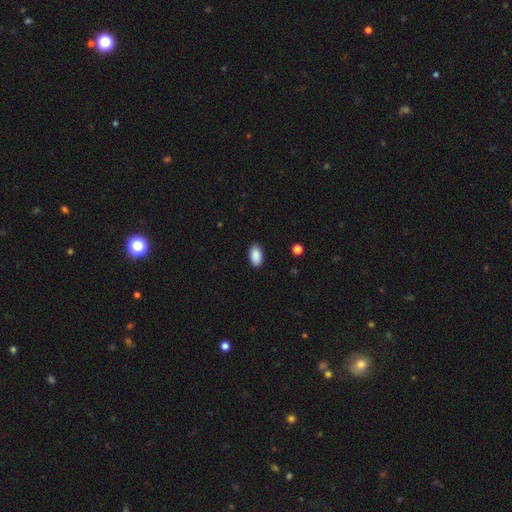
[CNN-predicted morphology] smooth_or_featured: smooth (p=0.90) [alt: star or artifact p=0.07]
how_rounded: in between (p=0.94) [alt: round p=0.04]
merging: none (p=0.89) [alt: minor disturbance p=0.08]